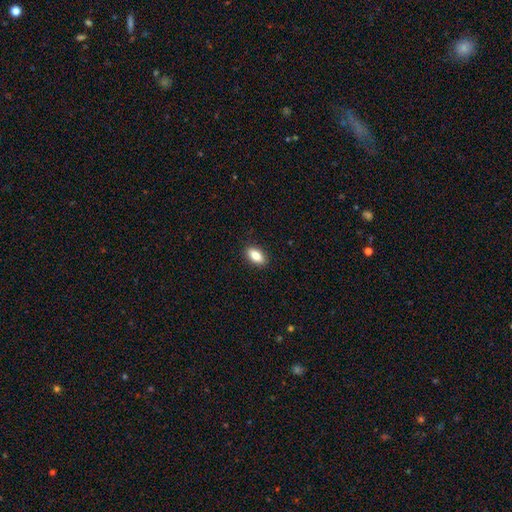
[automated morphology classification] type=smooth (82%); roundness=in between (88%); merging=none (89%).